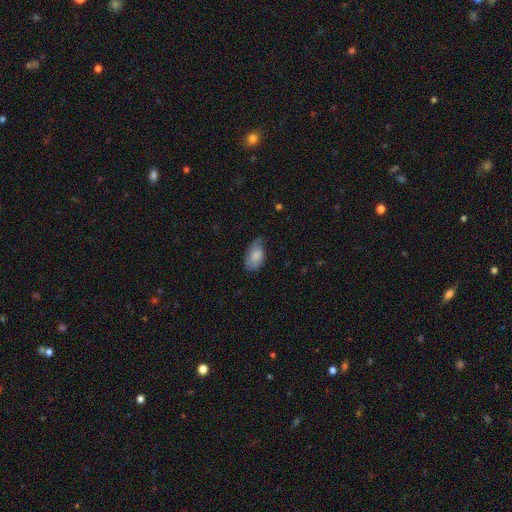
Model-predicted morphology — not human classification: Smooth or featured? Predicted: smooth (p=0.81). How rounded? Predicted: in between (p=0.94). Merging? Predicted: none (p=0.55).